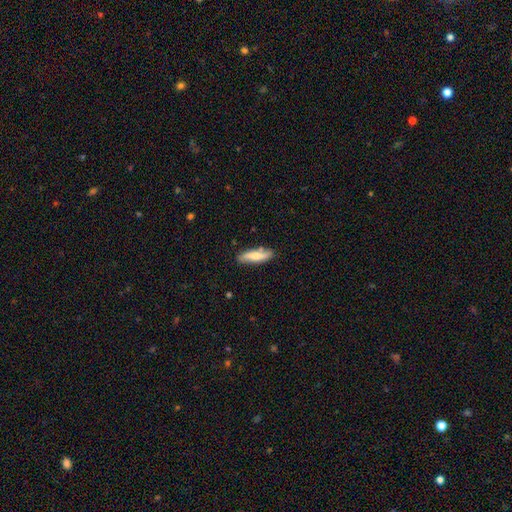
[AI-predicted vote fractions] This is likely a smooth galaxy (61%). How rounded: possibly cigar-shaped (58%). Merging: likely none (79%).